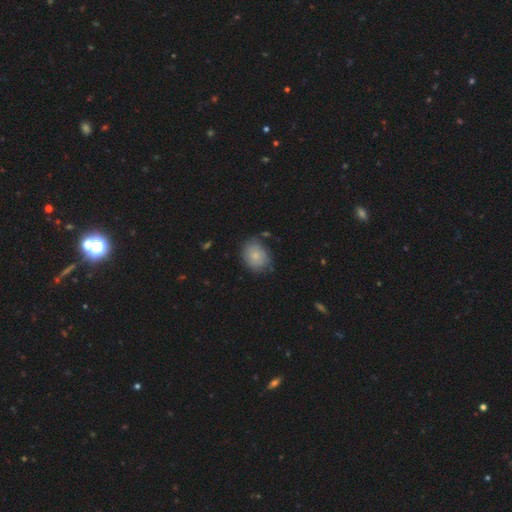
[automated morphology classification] smooth 76%, featured or disk 16%, star or artifact 8%. Down the decision tree: how rounded — in between (50%); merging — none (64%).